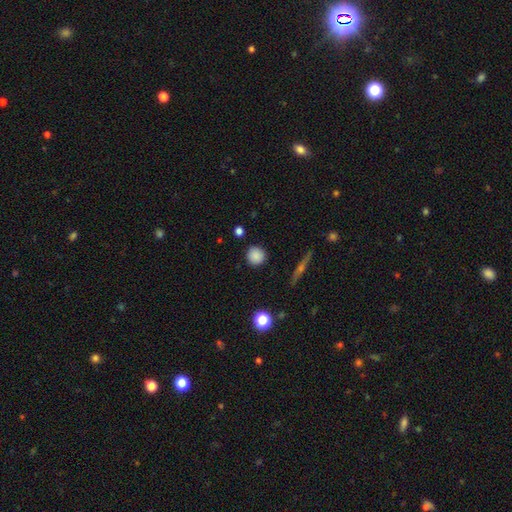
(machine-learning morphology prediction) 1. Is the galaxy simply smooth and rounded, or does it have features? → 86% smooth, 9% star or artifact, 5% featured or disk.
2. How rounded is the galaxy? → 92% round, 7% in between, 1% cigar-shaped.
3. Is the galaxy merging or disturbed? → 88% none, 8% minor disturbance, 2% major disturbance, 2% merger.